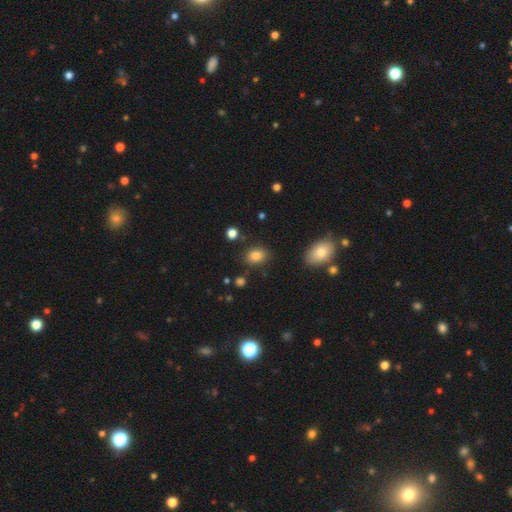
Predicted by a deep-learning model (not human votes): smooth 84%, star or artifact 10%, featured or disk 6%. Down the decision tree: how rounded — in between (73%); merging — none (82%).